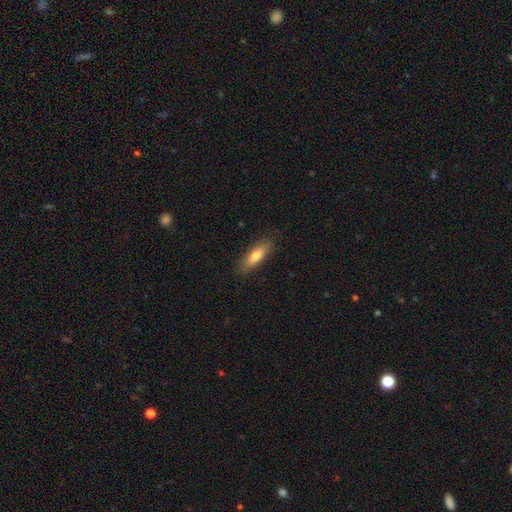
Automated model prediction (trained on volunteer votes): smooth_or_featured: smooth (p=0.76) [alt: featured or disk p=0.18]
how_rounded: in between (p=0.52) [alt: cigar-shaped p=0.46]
merging: none (p=0.86) [alt: minor disturbance p=0.11]